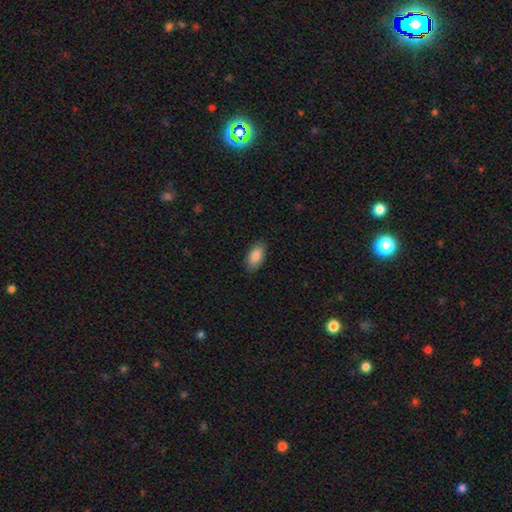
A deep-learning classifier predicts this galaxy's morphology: This appears to be a smooth galaxy with no disk features (88%) that is in between round and cigar-shaped (93%). Merging: none (87%).